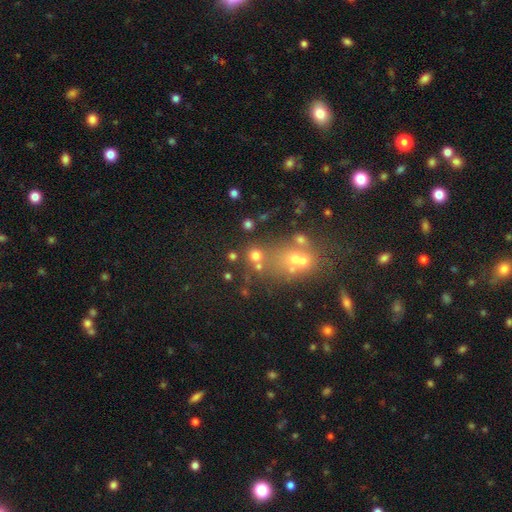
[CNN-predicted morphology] The model was most divided on "merging": none: 56%, merger: 28%, minor disturbance: 9%, major disturbance: 7%. More confident: how rounded — round (81%); smooth or featured — smooth (63%).